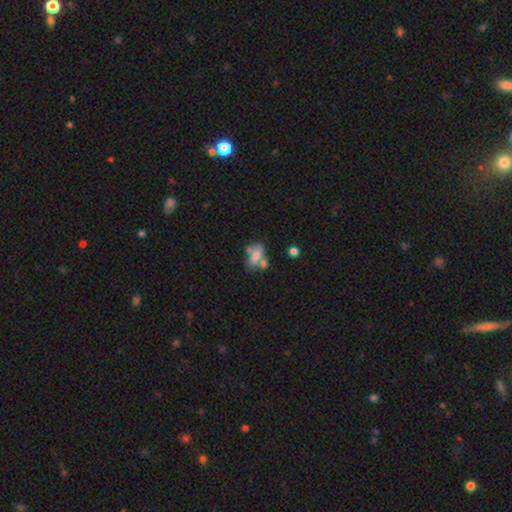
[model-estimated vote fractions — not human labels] smooth-or-featured: smooth: 65% | featured or disk: 24% | star or artifact: 10%
  how-rounded: in between: 82% | round: 11% | cigar-shaped: 7%
  merging: none: 37% | merger: 36% | minor disturbance: 17% | major disturbance: 10%